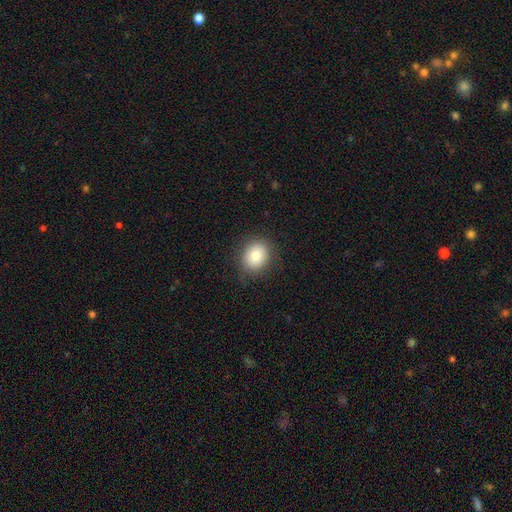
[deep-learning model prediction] Smooth or featured?
  - smooth: 82% *
  - star or artifact: 9%
  - featured or disk: 9%
How rounded?
  - round: 63% *
  - in between: 36%
  - cigar-shaped: 1%
Merging?
  - none: 85% *
  - minor disturbance: 10%
  - major disturbance: 3%
  - merger: 1%